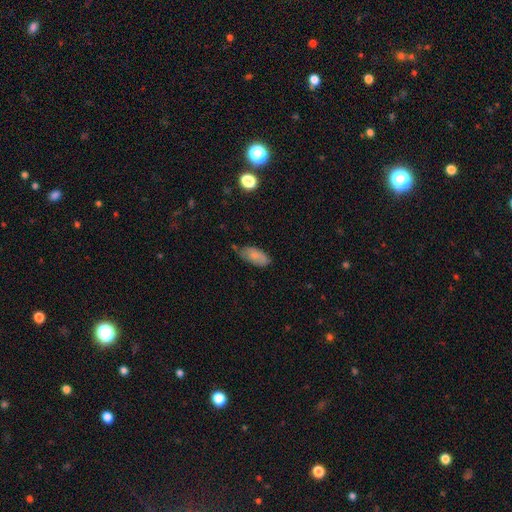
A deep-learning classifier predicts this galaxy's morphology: smooth-or-featured: smooth: 79% | featured or disk: 13% | star or artifact: 7%
  how-rounded: in between: 89% | cigar-shaped: 8% | round: 2%
  merging: none: 57% | minor disturbance: 32% | major disturbance: 7% | merger: 4%